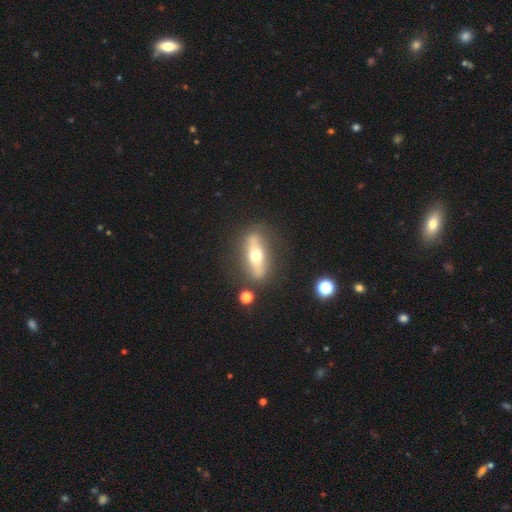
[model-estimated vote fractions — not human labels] The model was most divided on "edge-on disk": yes: 63%, no: 37%. More confident: merging — none (81%); smooth or featured — featured or disk (60%).